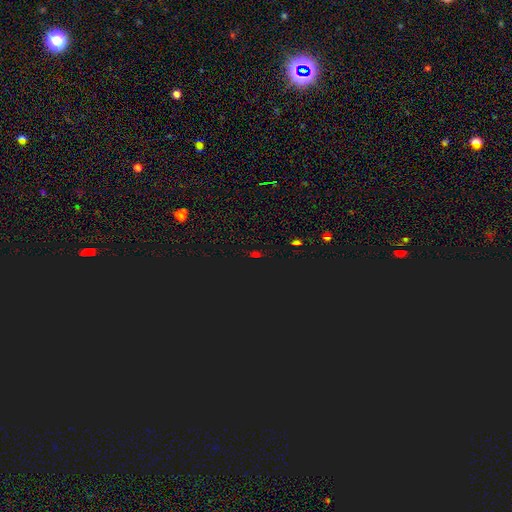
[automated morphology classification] Overall: star or artifact (72%).